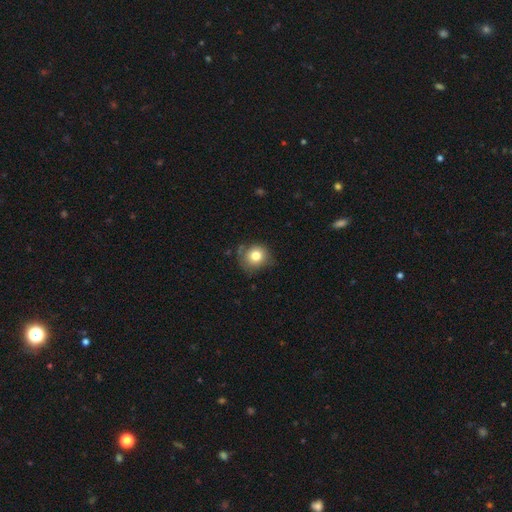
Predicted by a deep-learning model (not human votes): Smooth or featured: smooth — 79% (star or artifact — 11%)
How rounded: round — 87% (in between — 12%)
Merging: none — 70% (minor disturbance — 22%)